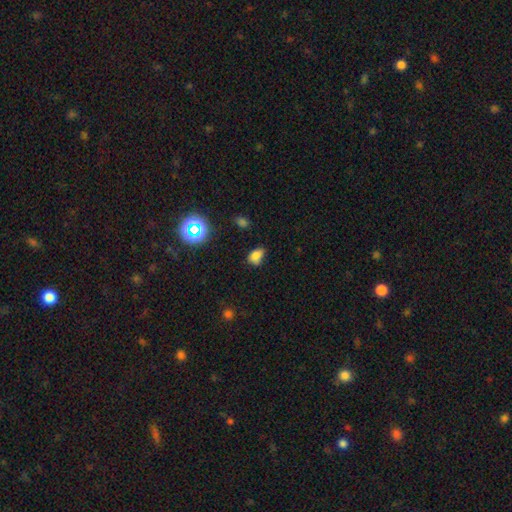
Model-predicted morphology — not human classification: smooth-or-featured: smooth: 76% | star or artifact: 16% | featured or disk: 8%
  how-rounded: in between: 80% | round: 18% | cigar-shaped: 2%
  merging: none: 57% | minor disturbance: 31% | major disturbance: 8% | merger: 4%